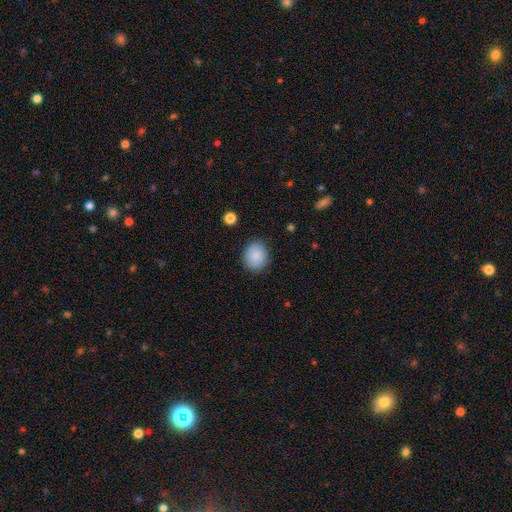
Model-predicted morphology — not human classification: The model was most divided on "how rounded": round: 72%, in between: 27%, cigar-shaped: 1%. More confident: smooth or featured — smooth (88%); merging — none (87%).